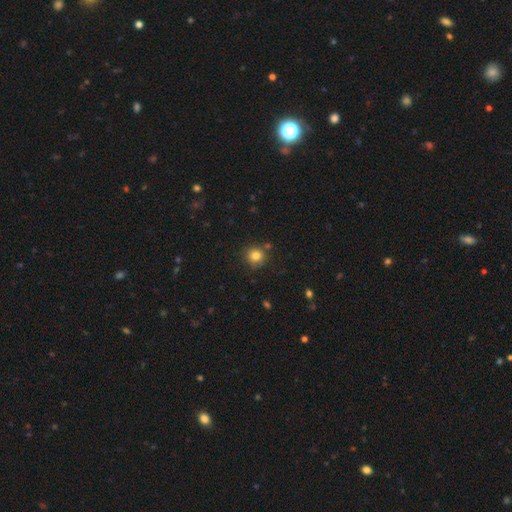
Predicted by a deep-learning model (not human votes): Morphology: type=smooth (81%); roundness=round (92%); merging=none (81%).